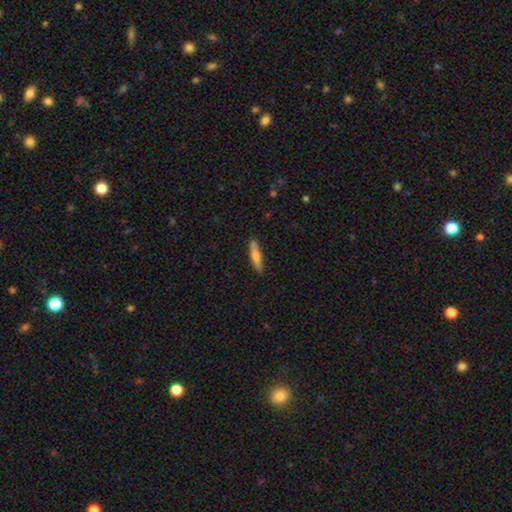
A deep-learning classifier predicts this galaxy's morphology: A smooth galaxy with no disk features (68%) that is cigar-shaped (83%). Merging: none (85%).